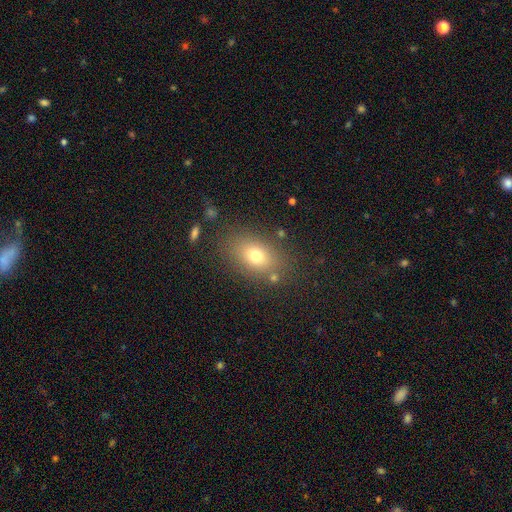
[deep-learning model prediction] Smooth or featured?
  - smooth: 73% *
  - featured or disk: 14%
  - star or artifact: 13%
How rounded?
  - in between: 77% *
  - round: 21%
  - cigar-shaped: 2%
Merging?
  - none: 79% *
  - minor disturbance: 12%
  - major disturbance: 5%
  - merger: 4%